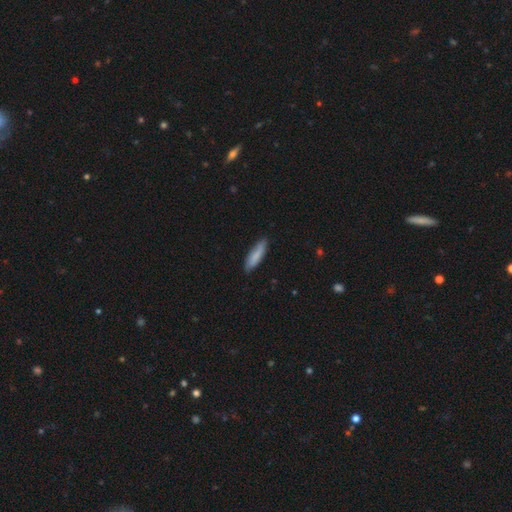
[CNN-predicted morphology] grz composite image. It shows a smooth galaxy with no disk features (82%) that is cigar-shaped (69%). Merging: none (82%).